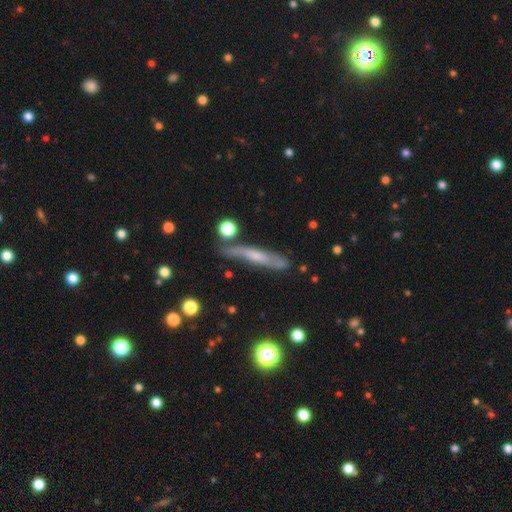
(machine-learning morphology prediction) Q: Smooth or featured?
A: featured or disk (56%); runner-up: smooth (32%)
Q: Edge-on disk?
A: yes (79%); runner-up: no (21%)
Q: Merging?
A: none (68%); runner-up: minor disturbance (20%)